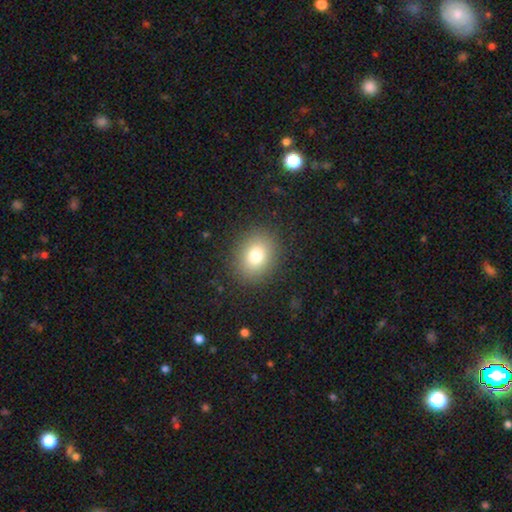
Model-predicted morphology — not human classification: This is likely a smooth galaxy (79%). How rounded: possibly round (56%). Merging: clearly none (88%).